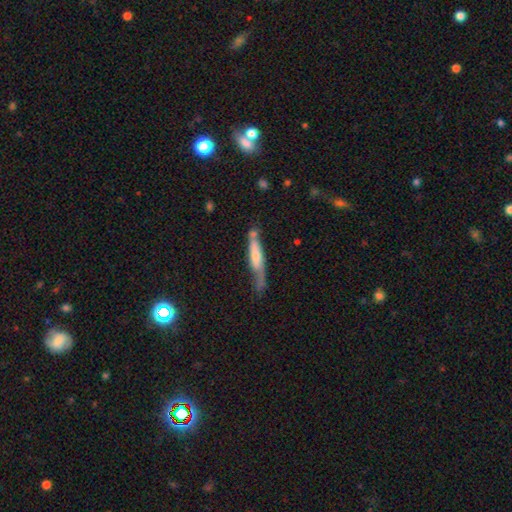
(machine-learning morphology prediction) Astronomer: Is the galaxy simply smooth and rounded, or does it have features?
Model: smooth — 52% (runner-up: featured or disk, 43%).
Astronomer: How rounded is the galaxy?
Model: cigar-shaped — 86%.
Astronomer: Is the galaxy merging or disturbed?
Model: none — 45% (runner-up: minor disturbance, 29%).